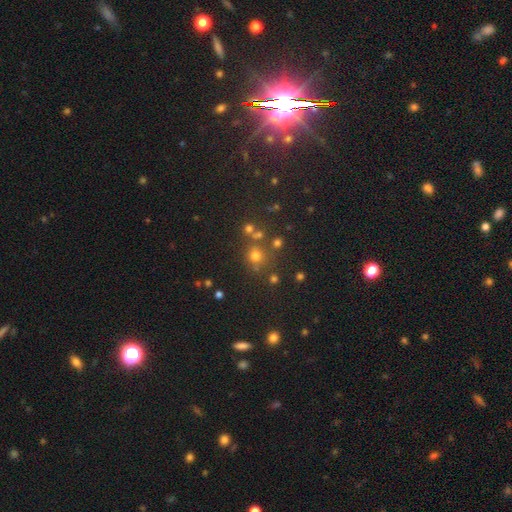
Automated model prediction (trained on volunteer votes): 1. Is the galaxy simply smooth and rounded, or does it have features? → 57% smooth, 34% star or artifact, 10% featured or disk.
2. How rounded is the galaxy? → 89% round, 10% in between, 1% cigar-shaped.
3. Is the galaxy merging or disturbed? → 71% none, 16% merger, 9% minor disturbance, 4% major disturbance.